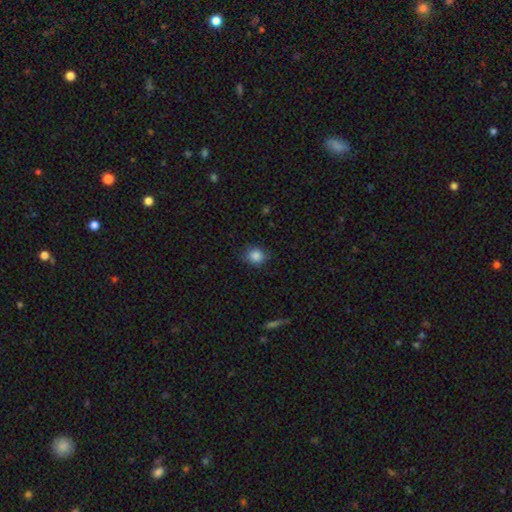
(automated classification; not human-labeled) Smooth or featured?
  - smooth: 86% *
  - star or artifact: 10%
  - featured or disk: 4%
How rounded?
  - round: 79% *
  - in between: 20%
  - cigar-shaped: 1%
Merging?
  - none: 81% *
  - minor disturbance: 15%
  - major disturbance: 3%
  - merger: 1%